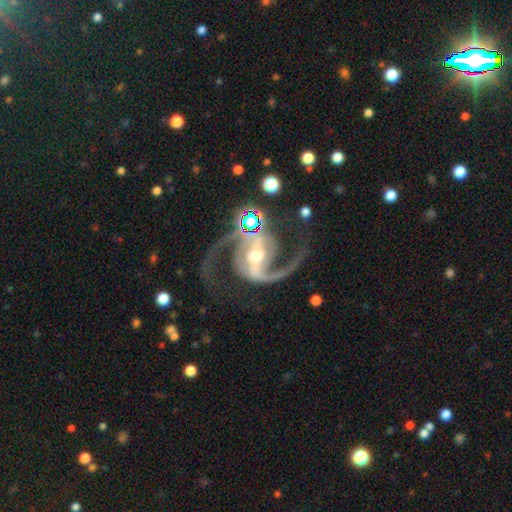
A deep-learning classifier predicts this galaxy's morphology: smooth-or-featured: featured or disk: 92% | star or artifact: 5% | smooth: 2%
  disk-edge-on: no: 98% | yes: 2%
    bar: strong: 56% | weak: 32% | no: 12%
    has-spiral-arms: yes: 98% | no: 2%
      spiral-winding: medium: 61% | loose: 28% | tight: 11%
      spiral-arm-count: 2: 93% | 3: 2% | can't tell: 1% | 1: 1% | 4: 1% | more than 4: 1%
    bulge-size: moderate: 58% | small: 33% | large: 6% | none: 2% | dominant: 1%
  merging: none: 72% | minor disturbance: 13% | major disturbance: 11% | merger: 4%